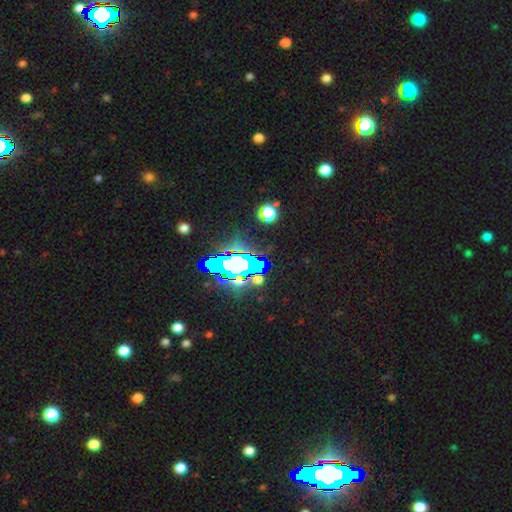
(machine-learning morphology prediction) type=star or artifact (63%).